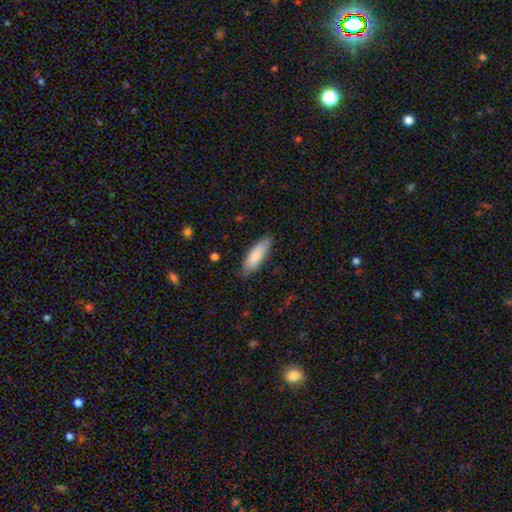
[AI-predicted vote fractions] smooth_or_featured: smooth (p=0.81) [alt: featured or disk p=0.14]
how_rounded: in between (p=0.56) [alt: cigar-shaped p=0.42]
merging: none (p=0.81) [alt: minor disturbance p=0.15]